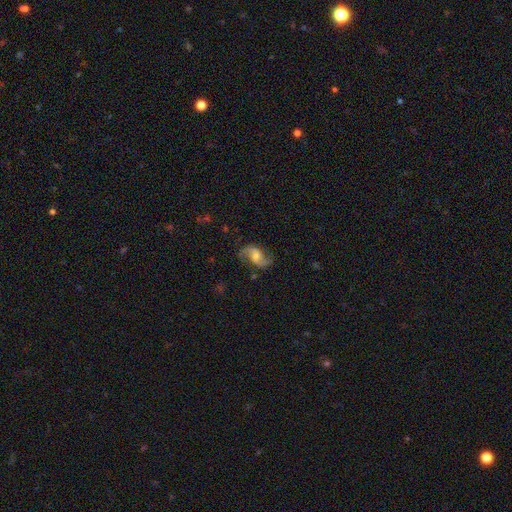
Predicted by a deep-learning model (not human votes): A featured or disk galaxy (82%) with no bar (52%), 2 (93%) loose (56%) spiral arms (96%) and a moderate central bulge (49%). Merging: none (77%).